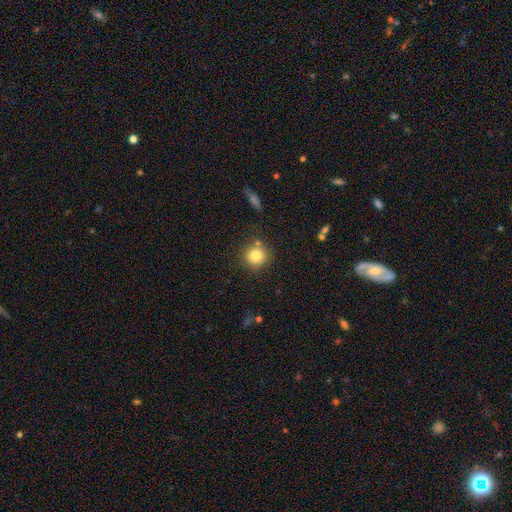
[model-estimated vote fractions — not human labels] smooth_or_featured: smooth (p=0.82) [alt: star or artifact p=0.11]
how_rounded: round (p=0.92) [alt: in between p=0.07]
merging: none (p=0.79) [alt: minor disturbance p=0.10]